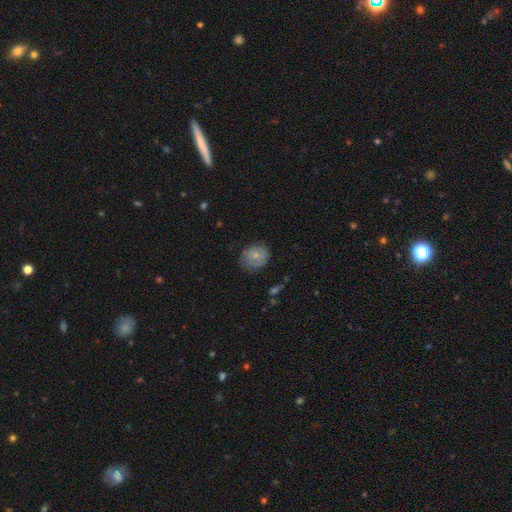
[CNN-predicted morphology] Smooth or featured?
  - smooth: 71% *
  - featured or disk: 21%
  - star or artifact: 8%
How rounded?
  - round: 64% *
  - in between: 35%
  - cigar-shaped: 1%
Merging?
  - none: 65% *
  - minor disturbance: 26%
  - major disturbance: 7%
  - merger: 2%